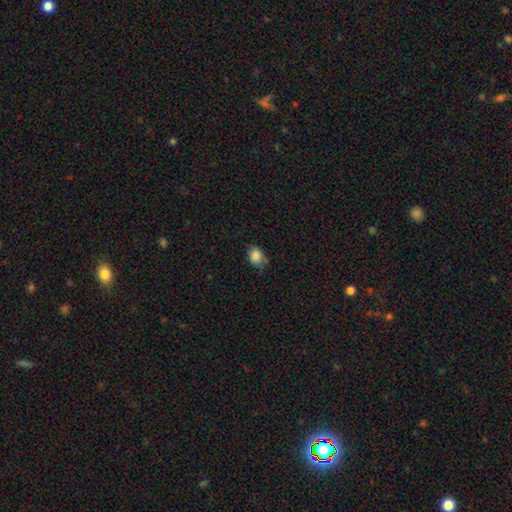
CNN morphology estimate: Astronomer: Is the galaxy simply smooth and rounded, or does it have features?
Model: smooth — 85%.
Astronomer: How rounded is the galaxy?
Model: in between — 50% (runner-up: round, 49%).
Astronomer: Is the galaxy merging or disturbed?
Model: none — 67%.